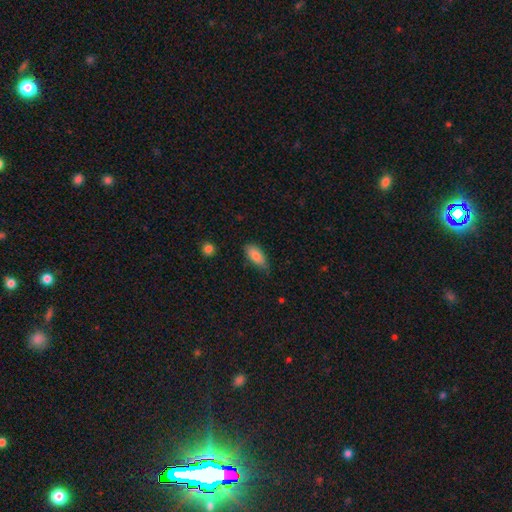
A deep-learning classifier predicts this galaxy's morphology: Smooth or featured: smooth — 83% (featured or disk — 10%)
How rounded: in between — 87% (cigar-shaped — 10%)
Merging: none — 66% (minor disturbance — 28%)